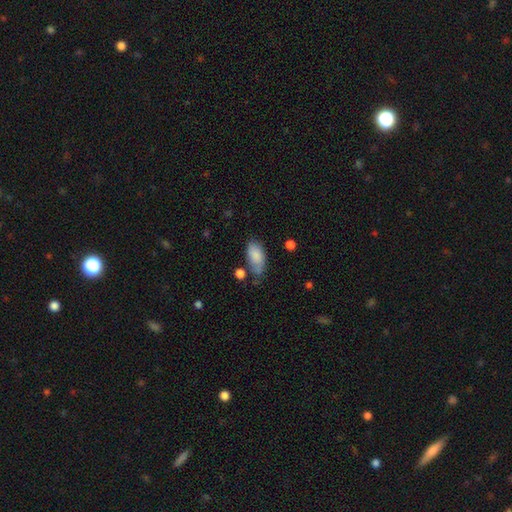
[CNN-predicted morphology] smooth-or-featured: smooth: 81% | featured or disk: 12% | star or artifact: 7%
  how-rounded: in between: 93% | cigar-shaped: 4% | round: 3%
  merging: none: 51% | minor disturbance: 30% | major disturbance: 11% | merger: 8%